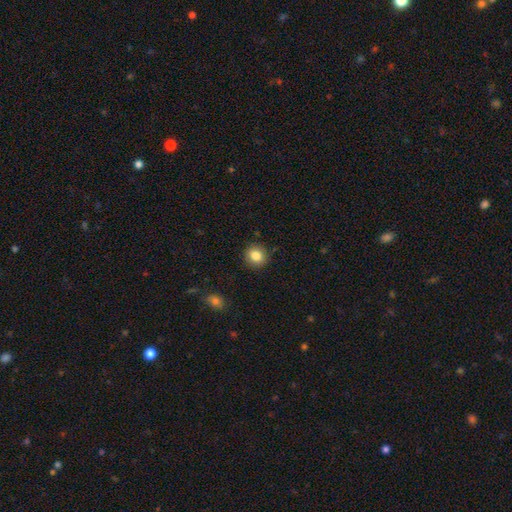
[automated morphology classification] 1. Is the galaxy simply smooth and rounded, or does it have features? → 84% smooth, 10% star or artifact, 6% featured or disk.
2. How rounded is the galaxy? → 82% round, 17% in between, 1% cigar-shaped.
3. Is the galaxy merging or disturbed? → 90% none, 7% minor disturbance, 2% major disturbance, 1% merger.